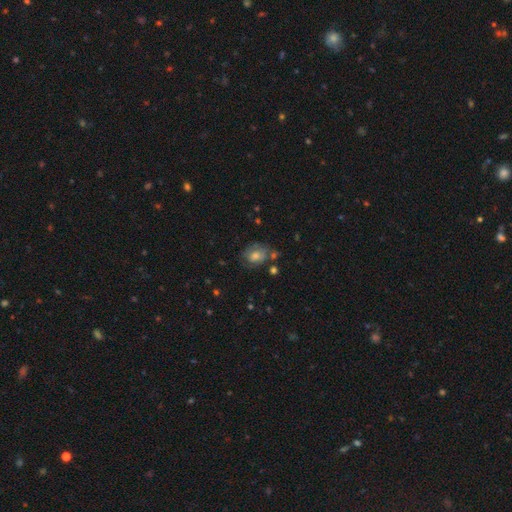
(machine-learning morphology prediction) Smooth or featured: smooth — 55% (featured or disk — 31%)
How rounded: in between — 57% (round — 42%)
Merging: none — 62% (minor disturbance — 22%)